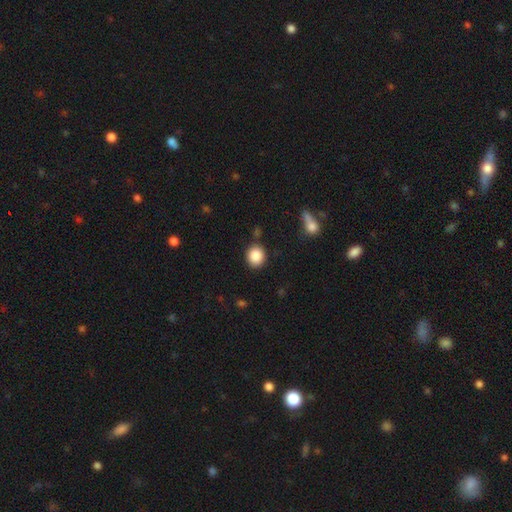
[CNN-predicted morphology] Q: Smooth or featured?
A: smooth (87%); runner-up: star or artifact (9%)
Q: How rounded?
A: round (79%); runner-up: in between (20%)
Q: Merging?
A: none (84%); runner-up: minor disturbance (9%)